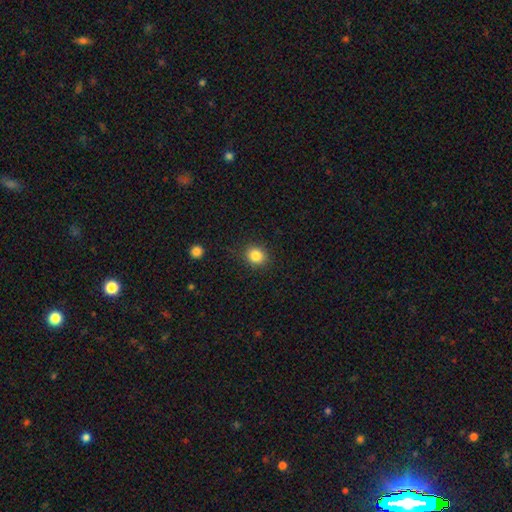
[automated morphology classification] This appears to be a smooth galaxy with no disk features (84%) that is round (75%). Merging: none (88%).